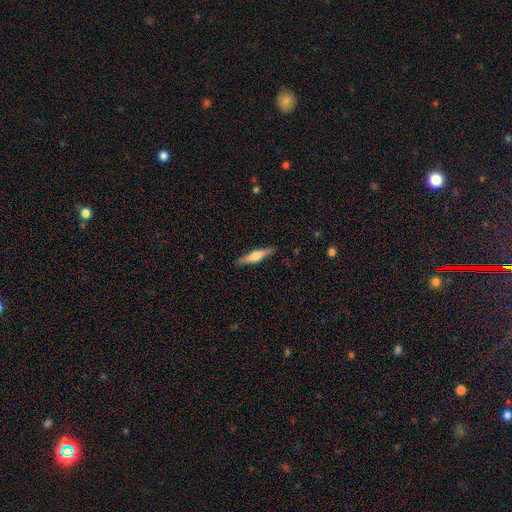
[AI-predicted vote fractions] A featured or disk galaxy (57%) viewed edge-on (96%) with a rounded central bulge (90%). Merging: none (90%).